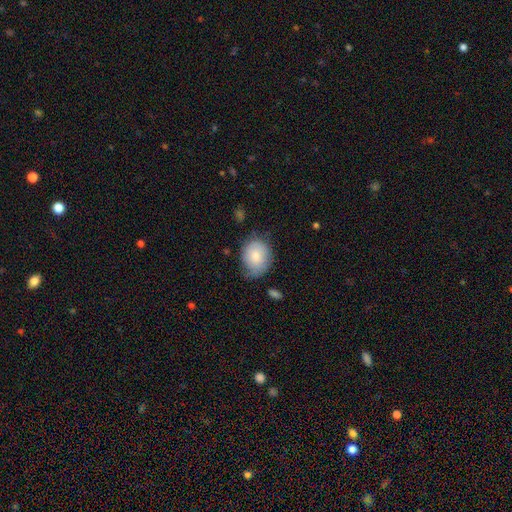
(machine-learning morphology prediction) Smooth or featured? smooth (78%)
How rounded? round (53%)
Merging? none (55%)